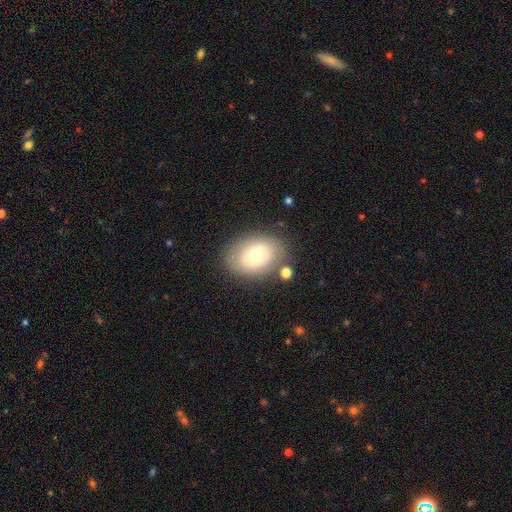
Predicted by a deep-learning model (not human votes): This is possibly a smooth galaxy (59%). How rounded: likely in between (71%). Merging: likely none (75%).